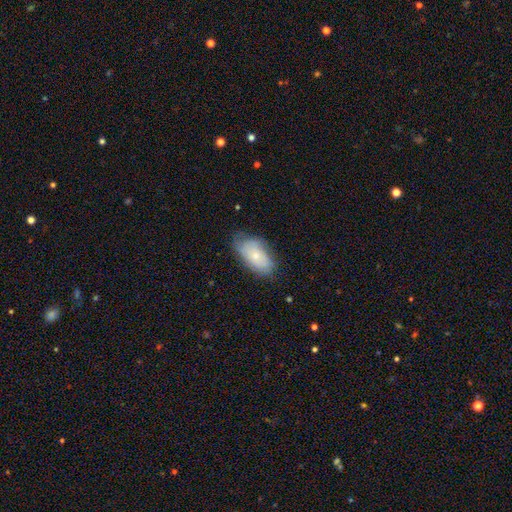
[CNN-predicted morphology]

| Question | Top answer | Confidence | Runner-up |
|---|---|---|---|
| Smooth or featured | smooth | 66% | featured or disk (27%) |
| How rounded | in between | 93% | round (4%) |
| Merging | none | 61% | minor disturbance (29%) |